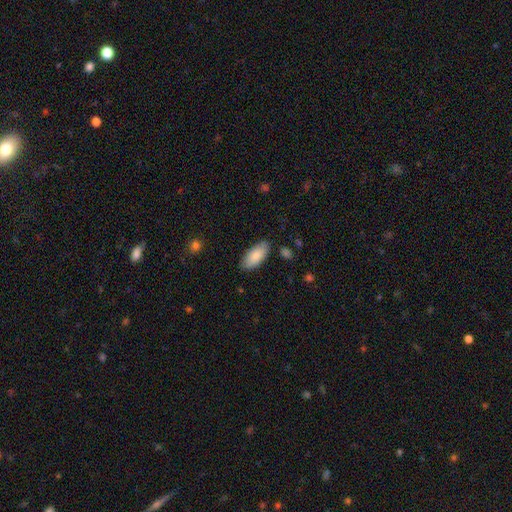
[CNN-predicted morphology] Smooth or featured: smooth — 85% (featured or disk — 9%)
How rounded: in between — 88% (cigar-shaped — 10%)
Merging: none — 83% (minor disturbance — 13%)